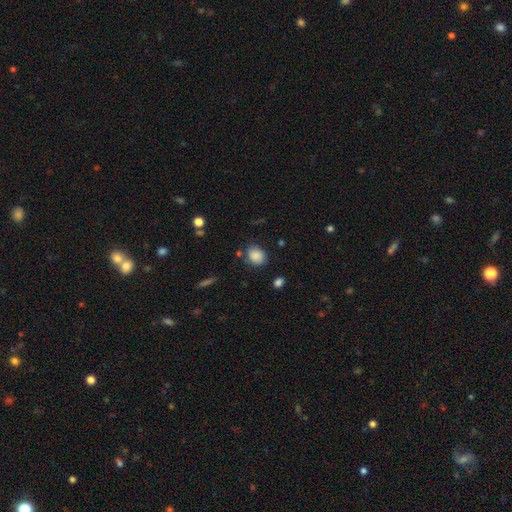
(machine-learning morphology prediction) This appears to be a smooth galaxy with no disk features (85%) that is round (56%). Merging: none (73%).